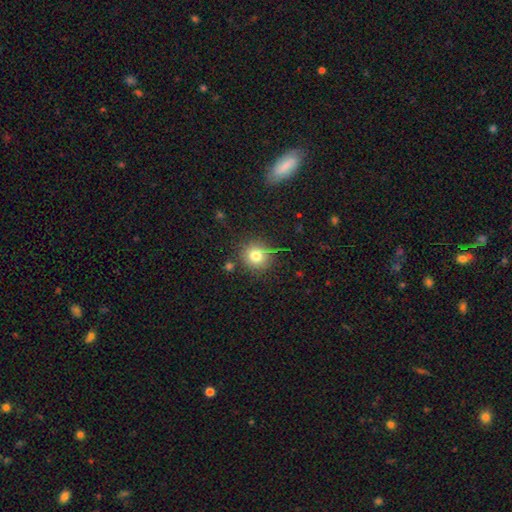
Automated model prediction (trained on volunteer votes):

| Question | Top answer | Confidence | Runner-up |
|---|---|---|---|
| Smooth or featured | smooth | 77% | star or artifact (14%) |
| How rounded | round | 91% | in between (7%) |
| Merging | none | 80% | minor disturbance (13%) |